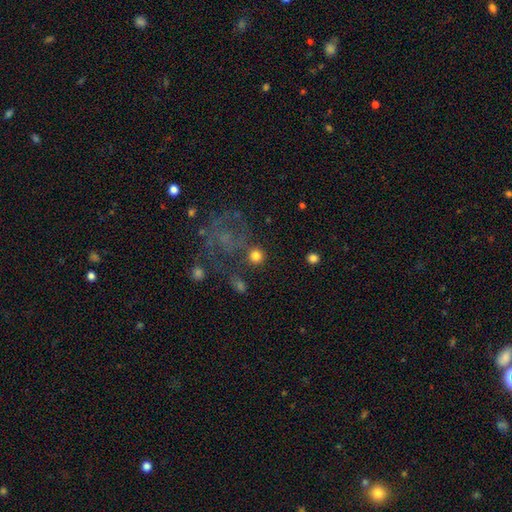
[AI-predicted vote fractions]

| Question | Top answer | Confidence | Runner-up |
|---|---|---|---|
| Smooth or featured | smooth | 81% | star or artifact (11%) |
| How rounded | round | 93% | in between (6%) |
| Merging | none | 78% | merger (9%) |